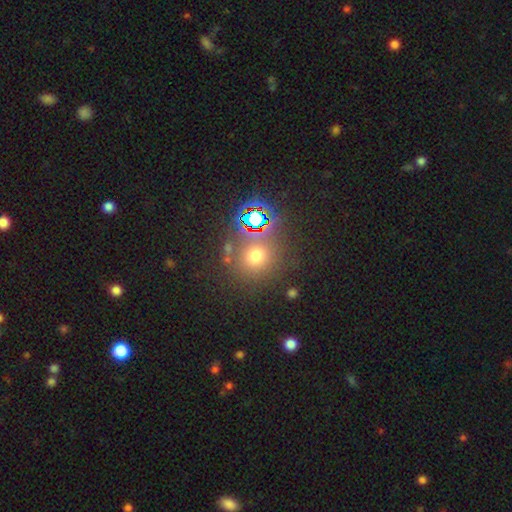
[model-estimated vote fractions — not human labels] smooth-or-featured: smooth: 61% | star or artifact: 31% | featured or disk: 9%
  how-rounded: round: 89% | in between: 10% | cigar-shaped: 1%
  merging: none: 77% | minor disturbance: 10% | merger: 8% | major disturbance: 5%